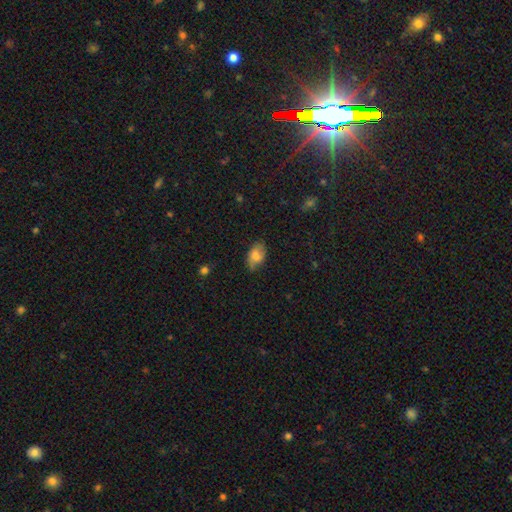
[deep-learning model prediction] The model was most divided on "merging": none: 65%, minor disturbance: 26%, major disturbance: 7%, merger: 2%. More confident: how rounded — in between (90%); smooth or featured — smooth (71%).